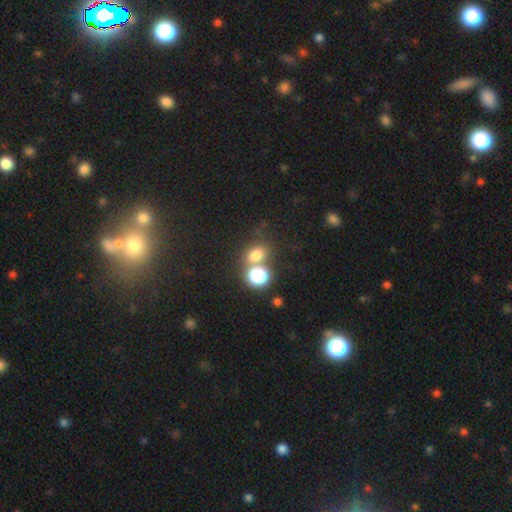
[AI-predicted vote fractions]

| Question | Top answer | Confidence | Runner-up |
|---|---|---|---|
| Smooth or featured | smooth | 69% | star or artifact (22%) |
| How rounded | in between | 50% | round (48%) |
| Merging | none | 56% | merger (30%) |